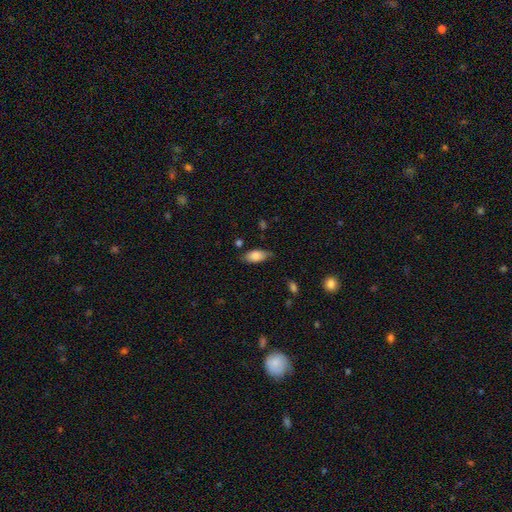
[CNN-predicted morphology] The model was most divided on "merging": none: 67%, minor disturbance: 25%, major disturbance: 6%, merger: 2%. More confident: how rounded — in between (90%); smooth or featured — smooth (82%).